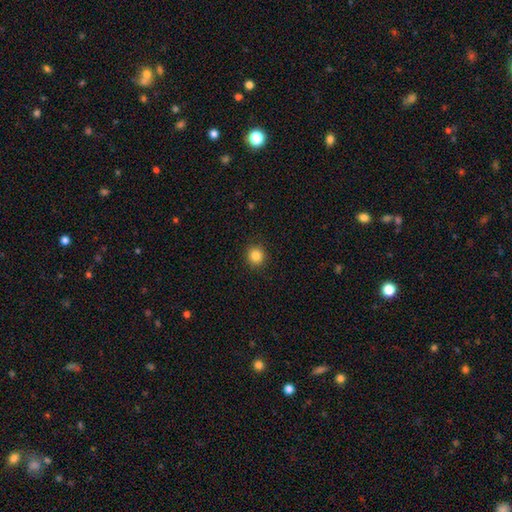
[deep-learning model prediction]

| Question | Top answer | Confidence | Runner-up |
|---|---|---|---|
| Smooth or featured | smooth | 85% | star or artifact (11%) |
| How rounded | round | 91% | in between (8%) |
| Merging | none | 91% | minor disturbance (6%) |